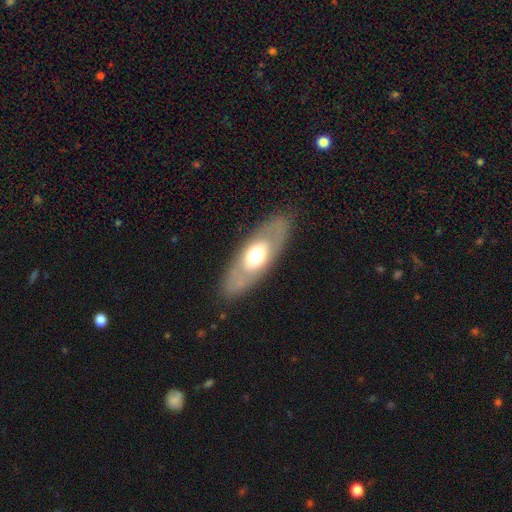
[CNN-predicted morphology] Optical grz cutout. It shows a smooth galaxy with no disk features (50%). Merging: none (84%).